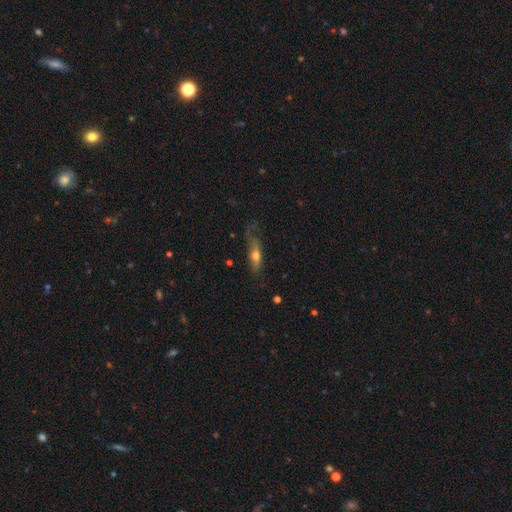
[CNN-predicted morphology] A smooth galaxy with no disk features (54%) that is cigar-shaped (52%).

Vote fractions:
- Smooth or featured? smooth: 54% / featured or disk: 39% / star or artifact: 7%
- How rounded? cigar-shaped: 52% / in between: 44% / round: 4%
- Merging? none: 42% / minor disturbance: 29% / major disturbance: 26% / merger: 3%